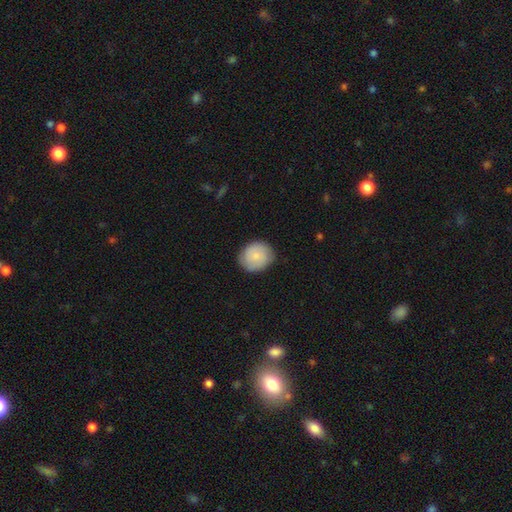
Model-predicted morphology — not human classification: Smooth or featured? Predicted: smooth (p=0.77). How rounded? Predicted: round (p=0.78). Merging? Predicted: none (p=0.82).